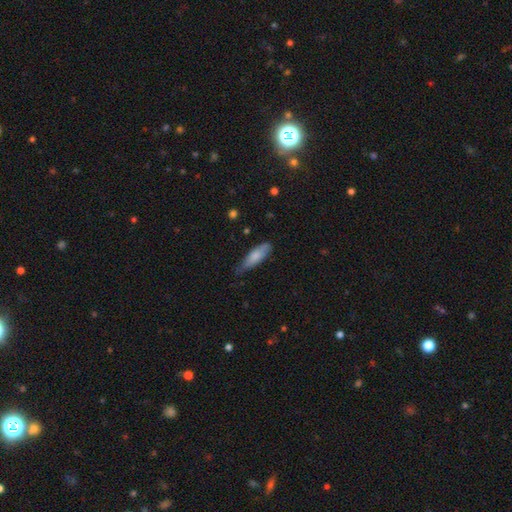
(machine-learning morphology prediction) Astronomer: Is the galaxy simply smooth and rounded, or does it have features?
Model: smooth — 76%.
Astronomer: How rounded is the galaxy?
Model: cigar-shaped — 50% (runner-up: in between, 48%).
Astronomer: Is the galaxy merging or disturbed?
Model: none — 59%.